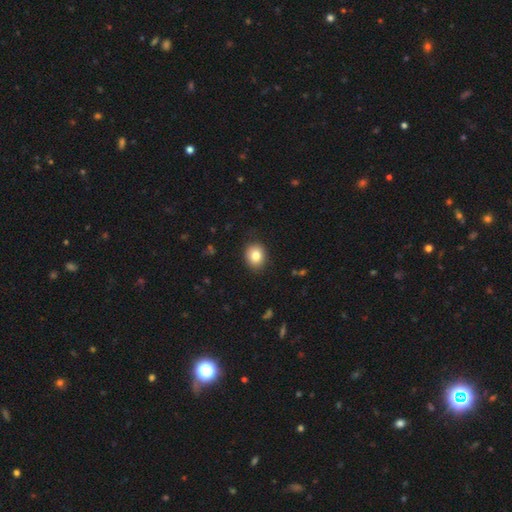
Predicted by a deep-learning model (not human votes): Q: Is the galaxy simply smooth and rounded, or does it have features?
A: smooth — 82%.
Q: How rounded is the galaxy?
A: round — 61%.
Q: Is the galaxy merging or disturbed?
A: none — 88%.